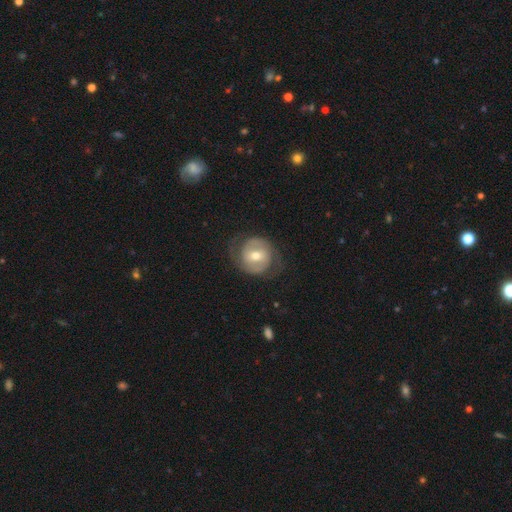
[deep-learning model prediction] Smooth or featured? featured or disk (75%)
Edge-on disk? no (98%)
Bar? weak (47%)
Spiral arms? yes (88%)
Spiral winding? medium (43%)
Spiral arm count? 2 (87%)
Bulge size? moderate (69%)
Merging? none (75%)